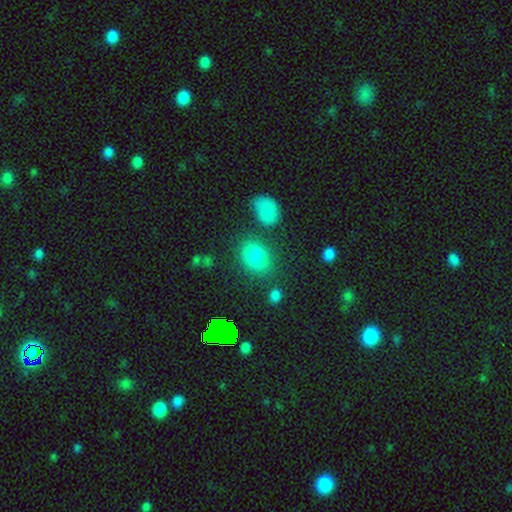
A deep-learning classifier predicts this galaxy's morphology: Smooth or featured?
  - smooth: 77% *
  - star or artifact: 15%
  - featured or disk: 8%
How rounded?
  - in between: 69% *
  - round: 30%
  - cigar-shaped: 2%
Merging?
  - none: 74% *
  - minor disturbance: 13%
  - merger: 7%
  - major disturbance: 6%